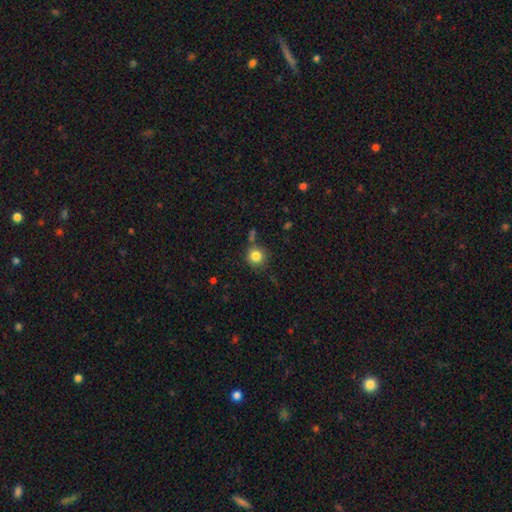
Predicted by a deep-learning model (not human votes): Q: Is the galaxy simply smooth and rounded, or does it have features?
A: smooth — 83%.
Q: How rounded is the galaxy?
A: round — 93%.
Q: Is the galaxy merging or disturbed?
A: none — 77%.